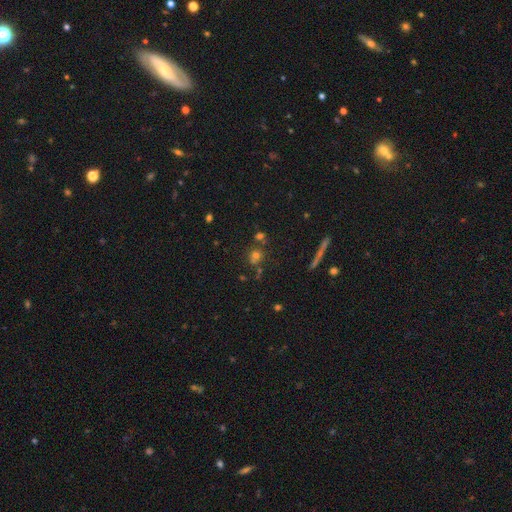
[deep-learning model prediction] smooth-or-featured: smooth: 55% | star or artifact: 30% | featured or disk: 15%
  how-rounded: round: 88% | in between: 10% | cigar-shaped: 2%
  merging: none: 63% | merger: 24% | minor disturbance: 9% | major disturbance: 4%